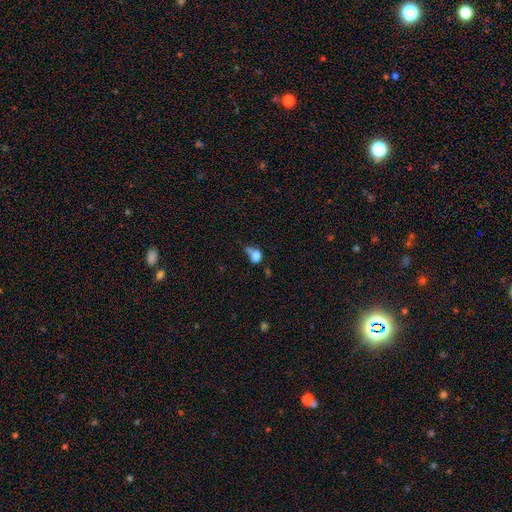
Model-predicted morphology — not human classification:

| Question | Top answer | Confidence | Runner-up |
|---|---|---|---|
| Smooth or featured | smooth | 75% | star or artifact (13%) |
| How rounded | in between | 49% | round (48%) |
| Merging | merger | 33% | none (29%) |